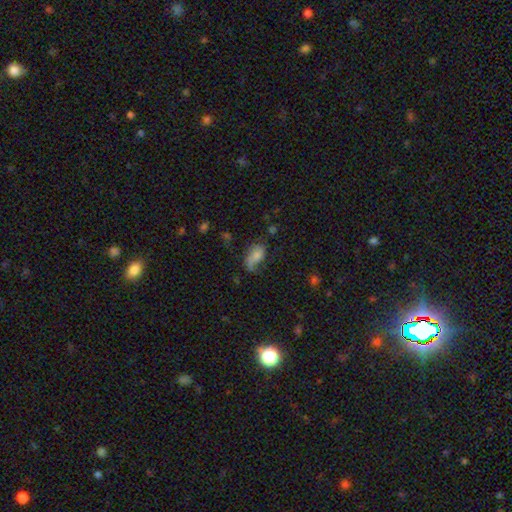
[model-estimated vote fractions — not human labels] The model was most divided on "merging": none: 39%, minor disturbance: 30%, major disturbance: 26%, merger: 5%. More confident: how rounded — in between (90%); smooth or featured — smooth (61%).